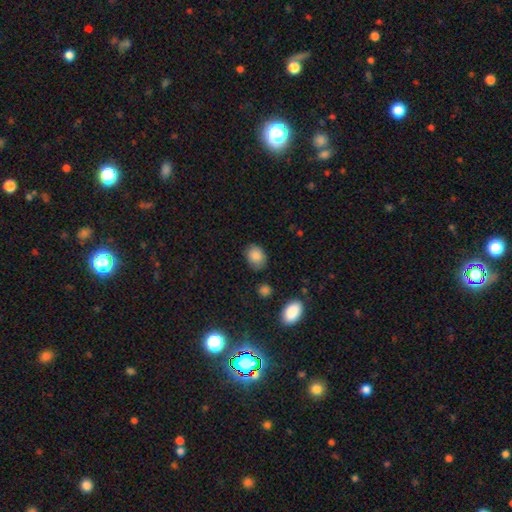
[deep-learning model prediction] Morphology: type=smooth (86%); roundness=in between (60%); merging=none (76%).